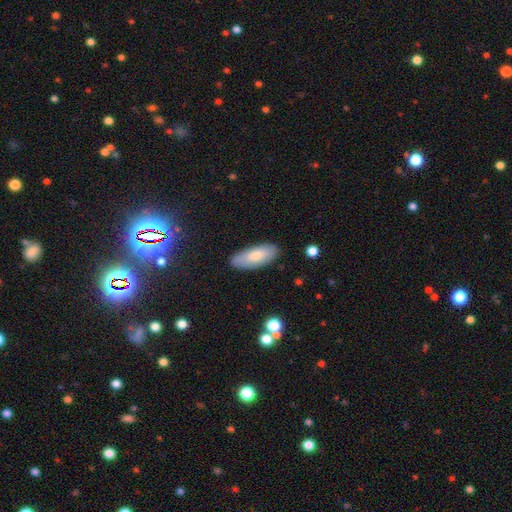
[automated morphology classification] Smooth or featured? Predicted: smooth (p=0.77). How rounded? Predicted: in between (p=0.80). Merging? Predicted: none (p=0.85).